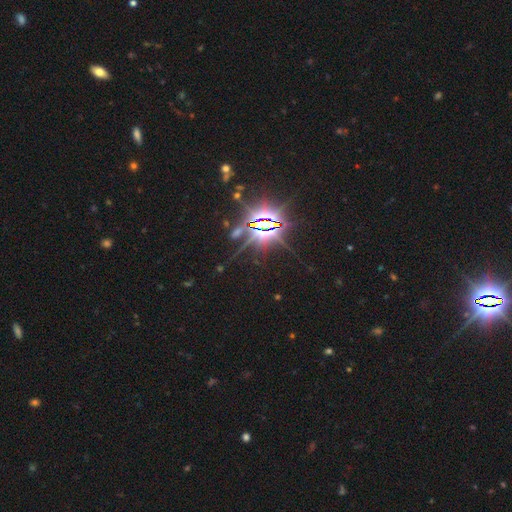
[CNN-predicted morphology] star or artifact 87%, smooth 8%, featured or disk 5%.